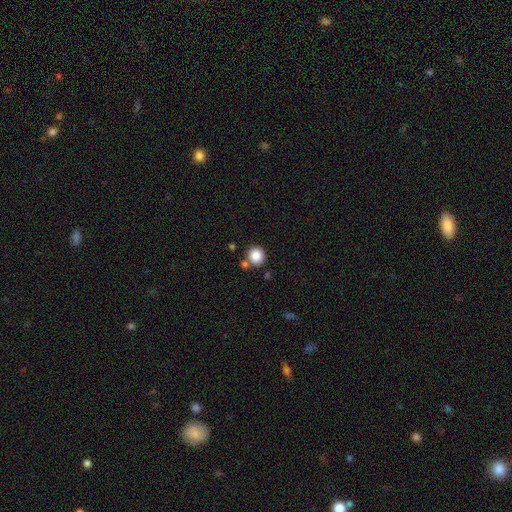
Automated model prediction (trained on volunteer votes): Smooth or featured?
  - smooth: 86% *
  - star or artifact: 10%
  - featured or disk: 4%
How rounded?
  - round: 90% *
  - in between: 9%
  - cigar-shaped: 1%
Merging?
  - none: 74% *
  - merger: 14%
  - minor disturbance: 9%
  - major disturbance: 3%